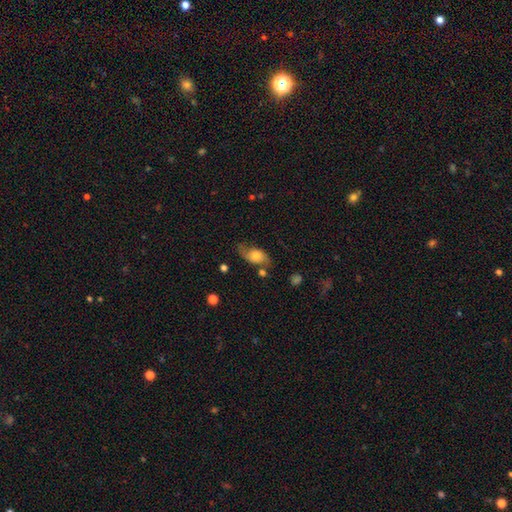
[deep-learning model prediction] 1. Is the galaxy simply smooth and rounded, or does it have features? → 51% smooth, 40% featured or disk, 9% star or artifact.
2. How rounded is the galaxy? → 85% in between, 11% round, 3% cigar-shaped.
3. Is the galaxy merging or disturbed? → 54% none, 28% minor disturbance, 13% major disturbance, 6% merger.